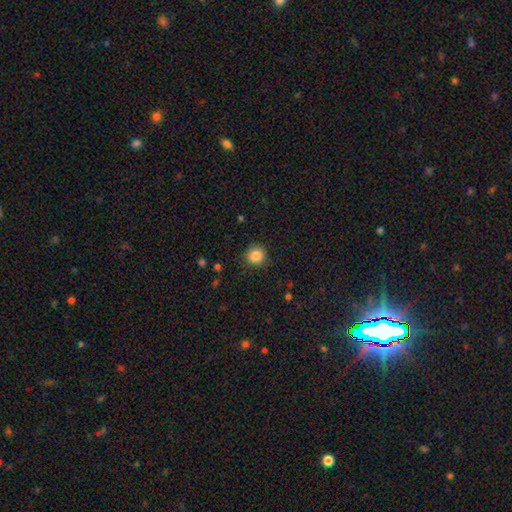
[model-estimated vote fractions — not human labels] Smooth or featured? Predicted: smooth (p=0.85). How rounded? Predicted: round (p=0.91). Merging? Predicted: none (p=0.87).